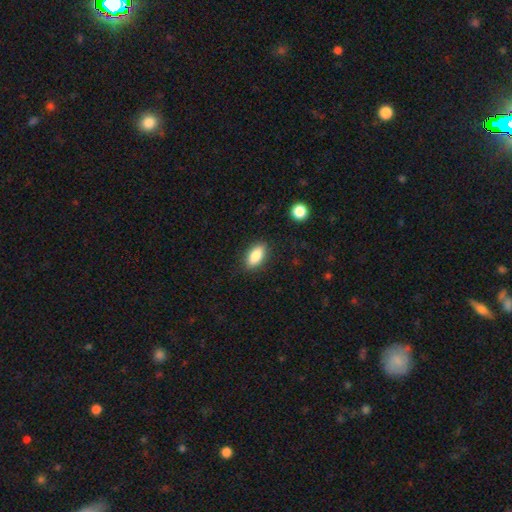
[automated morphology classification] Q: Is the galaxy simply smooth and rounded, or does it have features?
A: smooth — 83%.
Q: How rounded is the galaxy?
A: in between — 85%.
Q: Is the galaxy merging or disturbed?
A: none — 86%.